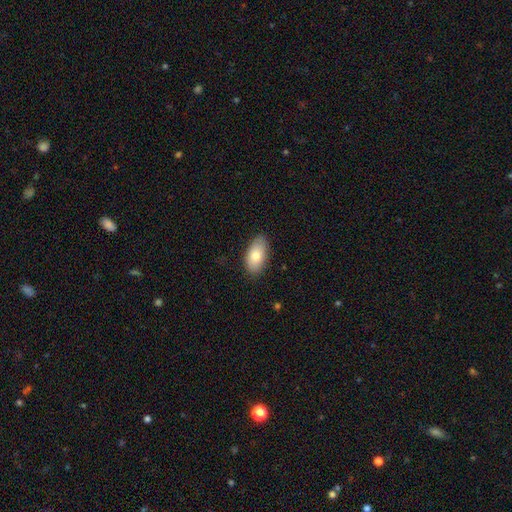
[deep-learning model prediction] smooth 78%, featured or disk 16%, star or artifact 7%. Down the decision tree: how rounded — in between (93%); merging — none (85%).